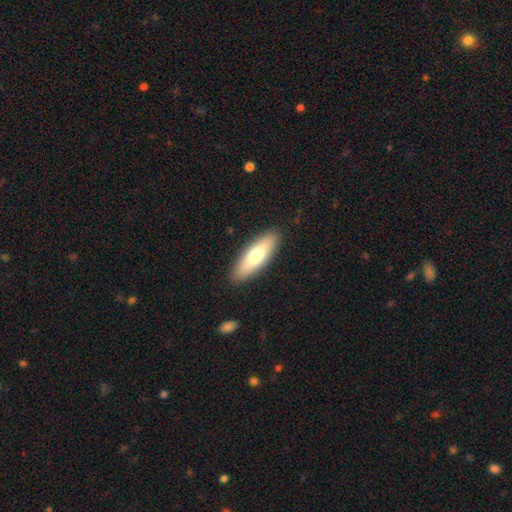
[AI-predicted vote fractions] Morphology: type=smooth (68%); roundness=in between (51%); merging=none (89%).